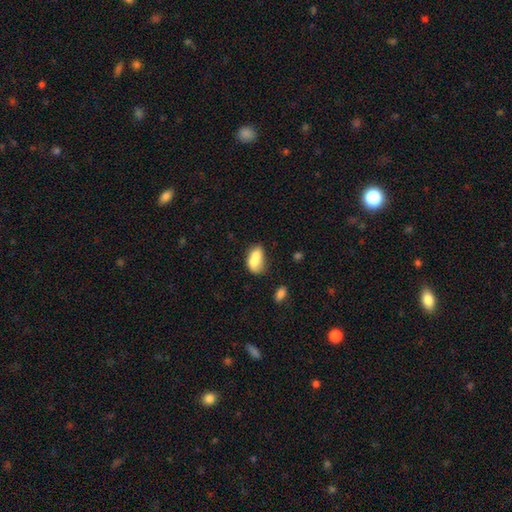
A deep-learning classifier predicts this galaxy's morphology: smooth 70%, featured or disk 21%, star or artifact 8%. Down the decision tree: how rounded — in between (81%); merging — merger (55%).